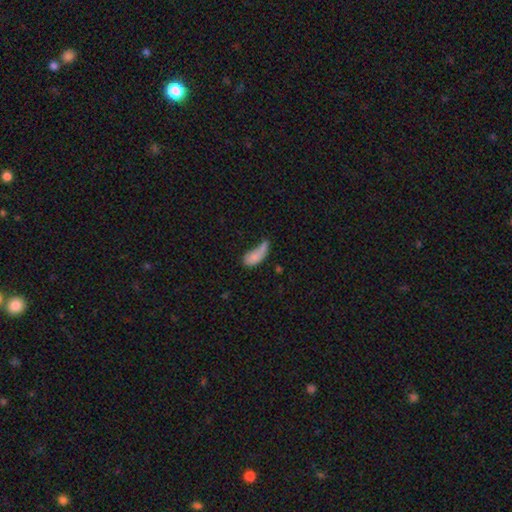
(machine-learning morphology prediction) Smooth or featured?
  - smooth: 77% *
  - featured or disk: 14%
  - star or artifact: 9%
How rounded?
  - in between: 79% *
  - cigar-shaped: 16%
  - round: 5%
Merging?
  - major disturbance: 31% *
  - minor disturbance: 27%
  - none: 25%
  - merger: 16%